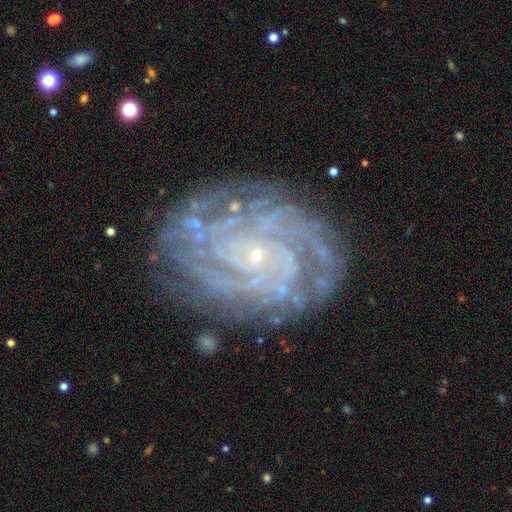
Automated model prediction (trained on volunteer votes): featured or disk 89%, star or artifact 6%, smooth 5%. Down the decision tree: edge-on disk — no (97%); bar — no (77%); spiral arms — yes (98%); spiral arm count — can't tell (23%); spiral winding — tight (79%); bulge size — small (90%); merging — none (80%).